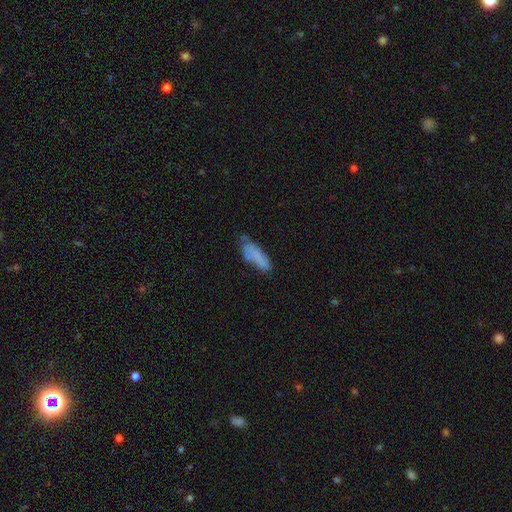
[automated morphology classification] Smooth or featured? smooth (69%)
How rounded? in between (53%)
Merging? none (51%)